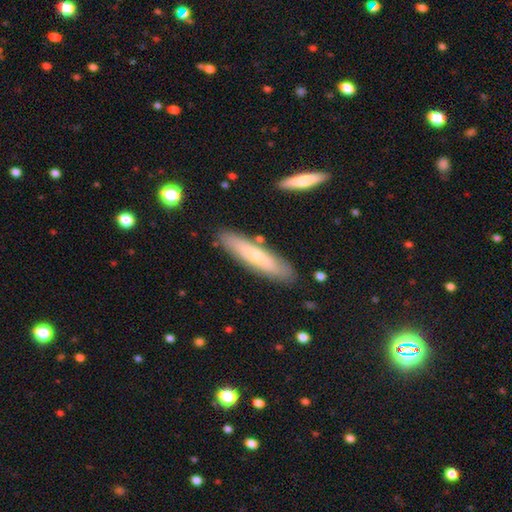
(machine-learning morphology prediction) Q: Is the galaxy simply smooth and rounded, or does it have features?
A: smooth — 59%.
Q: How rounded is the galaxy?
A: cigar-shaped — 82%.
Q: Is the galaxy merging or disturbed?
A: none — 84%.